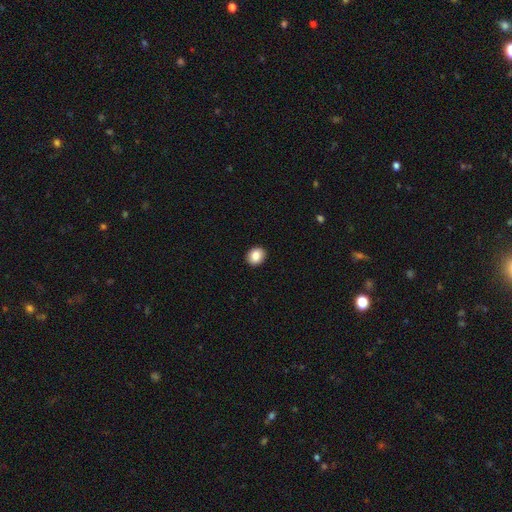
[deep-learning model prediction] Smooth or featured? Predicted: smooth (p=0.85). How rounded? Predicted: round (p=0.60). Merging? Predicted: none (p=0.92).